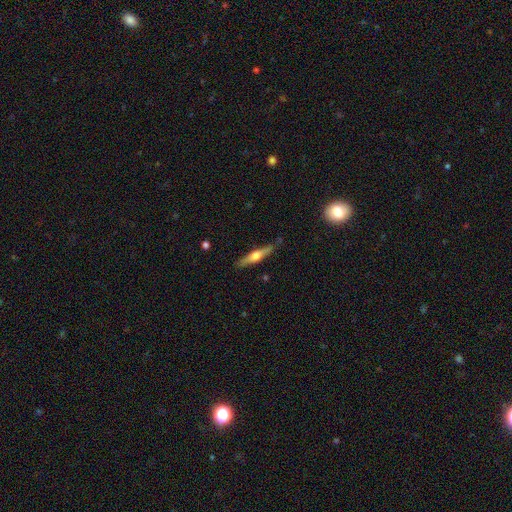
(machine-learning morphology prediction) Smooth or featured? Predicted: featured or disk (p=0.58). Edge-on disk? Predicted: yes (p=0.95). Edge-on bulge? Predicted: rounded (p=0.89). Merging? Predicted: none (p=0.84).